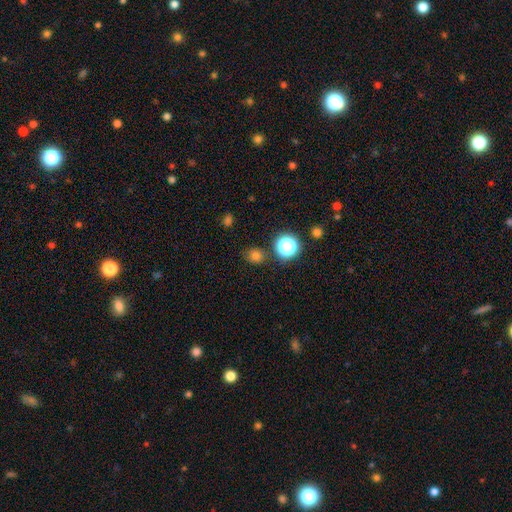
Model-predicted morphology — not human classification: Smooth or featured?
  - smooth: 74% *
  - star or artifact: 20%
  - featured or disk: 5%
How rounded?
  - round: 78% *
  - in between: 21%
  - cigar-shaped: 1%
Merging?
  - none: 81% *
  - minor disturbance: 12%
  - merger: 4%
  - major disturbance: 4%